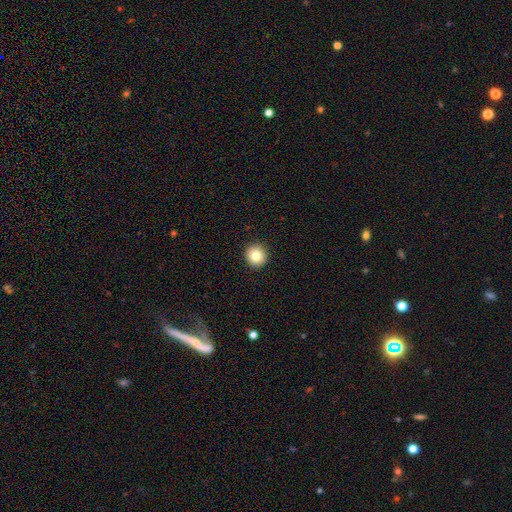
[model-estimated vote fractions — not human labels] smooth 82%, star or artifact 10%, featured or disk 8%. Down the decision tree: how rounded — round (93%); merging — none (93%).